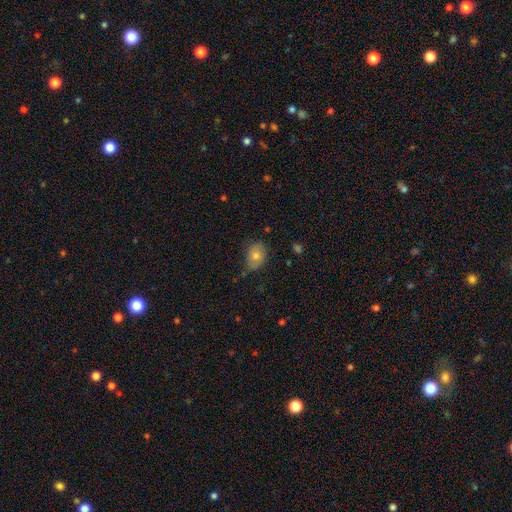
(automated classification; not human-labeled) Overall: smooth (72%). How rounded: in between (68%; round 31%). Merging: none (66%; minor disturbance 27%).